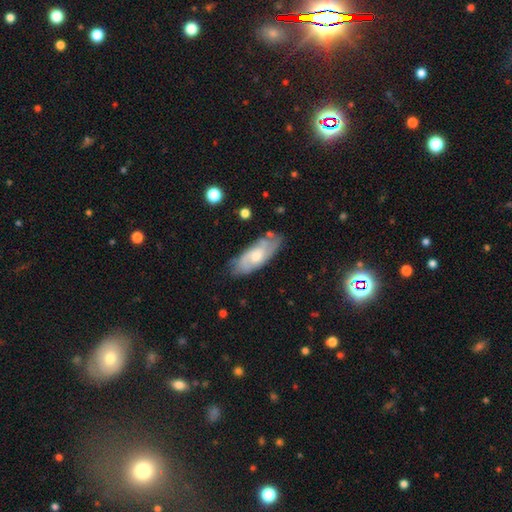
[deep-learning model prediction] This appears to be a featured or disk galaxy (61%) with no bar (61%), spiral arms (85%) and a moderate central bulge (53%). Merging: none (71%).